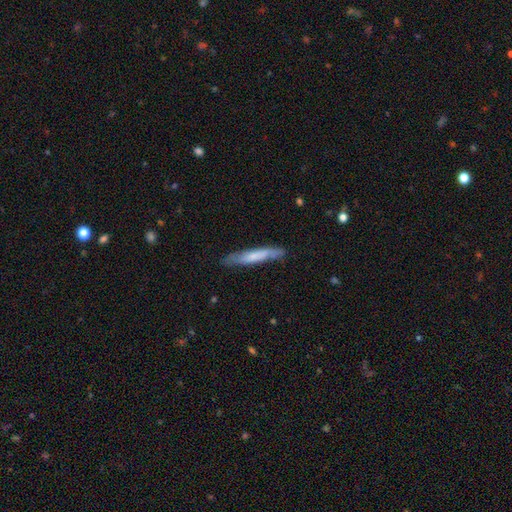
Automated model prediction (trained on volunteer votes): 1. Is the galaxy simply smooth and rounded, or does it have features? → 55% smooth, 39% featured or disk, 6% star or artifact.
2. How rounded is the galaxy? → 91% cigar-shaped, 7% in between, 1% round.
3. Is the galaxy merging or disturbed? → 79% none, 16% minor disturbance, 3% major disturbance, 2% merger.